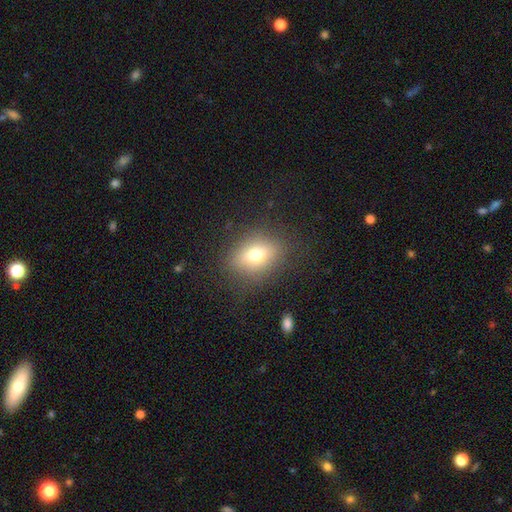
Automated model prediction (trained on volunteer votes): Smooth or featured? Predicted: smooth (p=0.70). How rounded? Predicted: in between (p=0.55). Merging? Predicted: none (p=0.82).